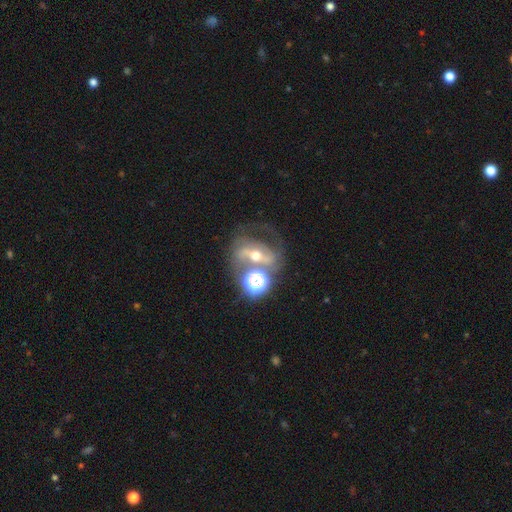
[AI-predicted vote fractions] A featured or disk galaxy (67%) with a strong bar (46%), spiral arms (78%) and a moderate central bulge (67%).

Vote fractions:
- Smooth or featured? featured or disk: 67% / smooth: 18% / star or artifact: 15%
- Edge-on disk? no: 94% / yes: 6%
- Bar? strong: 46% / weak: 27% / no: 26%
- Spiral arms? yes: 78% / no: 22%
- Bulge size? moderate: 67% / small: 20% / large: 9% / dominant: 2% / none: 2%
- Merging? none: 40% / merger: 26% / major disturbance: 18% / minor disturbance: 15%